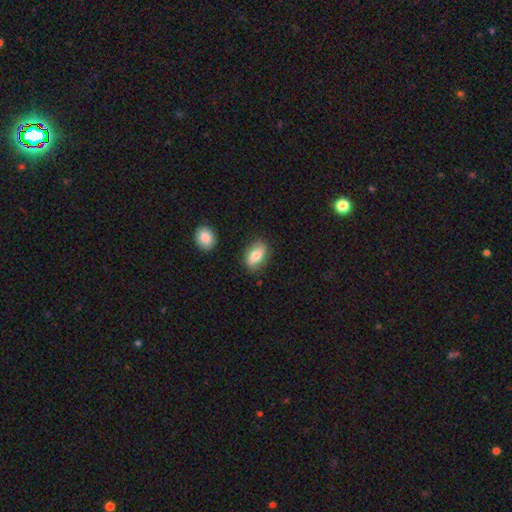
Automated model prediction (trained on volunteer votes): Morphology: type=smooth (74%); roundness=in between (87%); merging=none (81%).